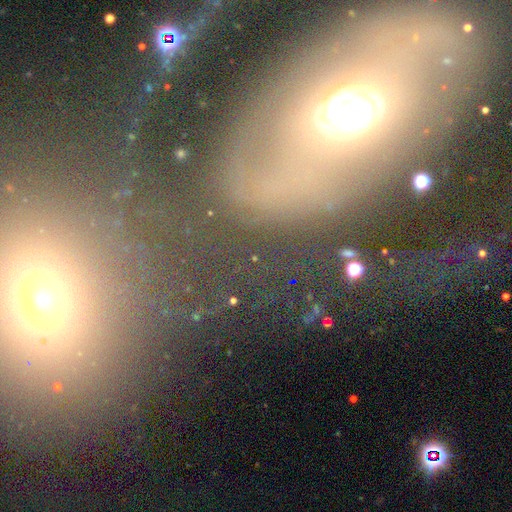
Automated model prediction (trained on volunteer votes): Smooth or featured?
  - featured or disk: 48% *
  - smooth: 32%
  - star or artifact: 21%
Merging?
  - none: 48% *
  - major disturbance: 26%
  - minor disturbance: 14%
  - merger: 12%